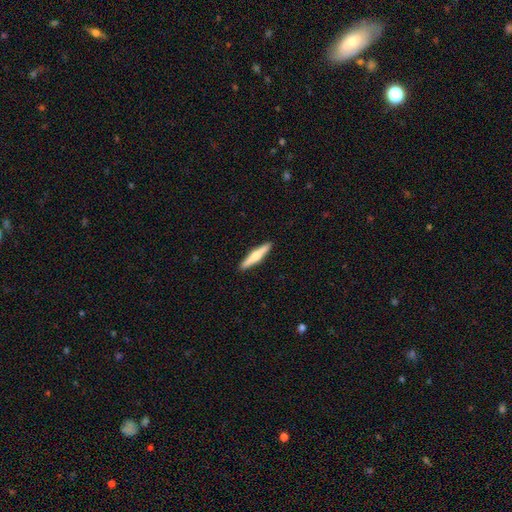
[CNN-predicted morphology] The model was most divided on "smooth or featured": smooth: 51%, featured or disk: 43%, star or artifact: 5%. More confident: merging — none (91%); how rounded — cigar-shaped (89%).